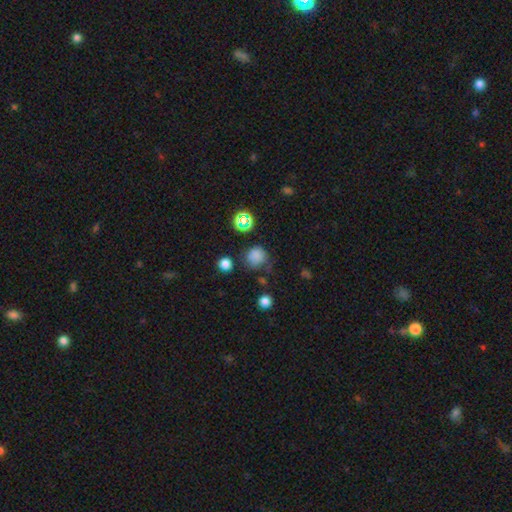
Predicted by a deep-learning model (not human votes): smooth_or_featured: smooth (p=0.74) [alt: star or artifact p=0.19]
how_rounded: round (p=0.88) [alt: in between p=0.11]
merging: none (p=0.64) [alt: minor disturbance p=0.21]